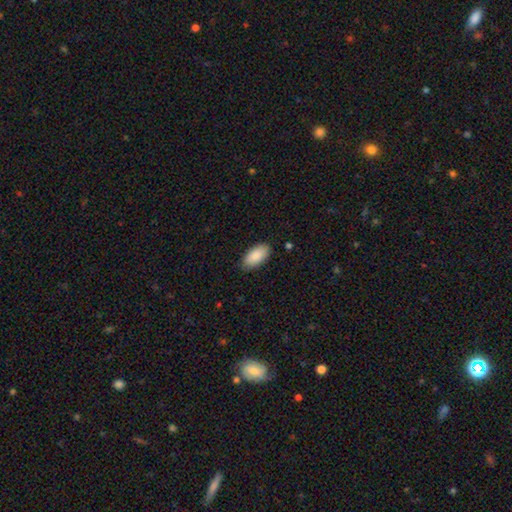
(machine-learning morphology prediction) type=smooth (89%); roundness=in between (94%); merging=none (86%).